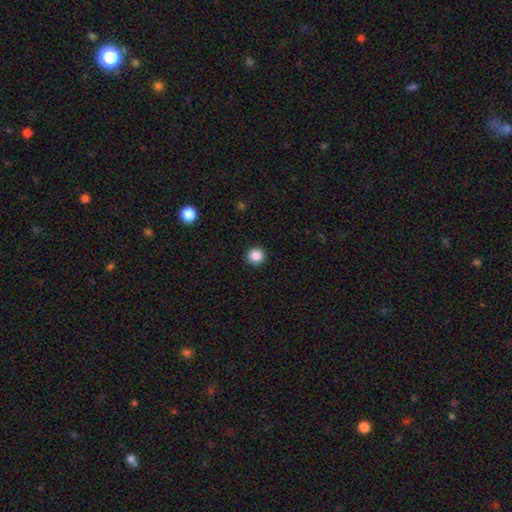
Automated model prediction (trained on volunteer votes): The model was most divided on "smooth or featured": smooth: 87%, star or artifact: 10%, featured or disk: 3%. More confident: how rounded — round (95%); merging — none (93%).